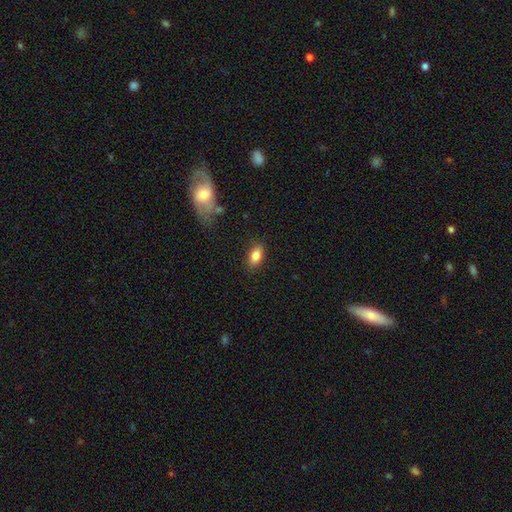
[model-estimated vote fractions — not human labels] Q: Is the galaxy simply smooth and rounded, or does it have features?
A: smooth — 83%.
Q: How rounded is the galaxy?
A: in between — 87%.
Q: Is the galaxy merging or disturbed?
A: none — 85%.